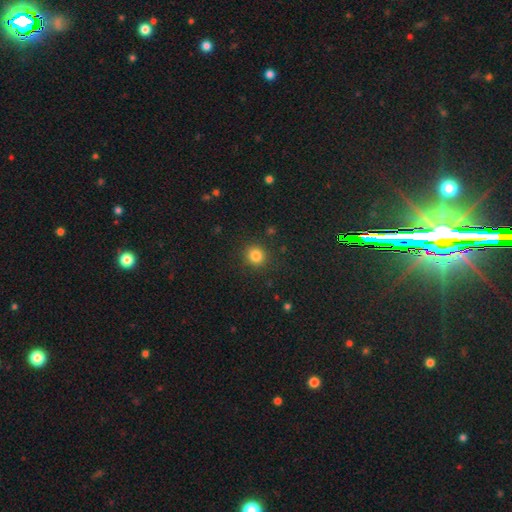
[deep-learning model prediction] This appears to be a smooth galaxy with no disk features (83%) that is round (88%). Merging: none (89%).